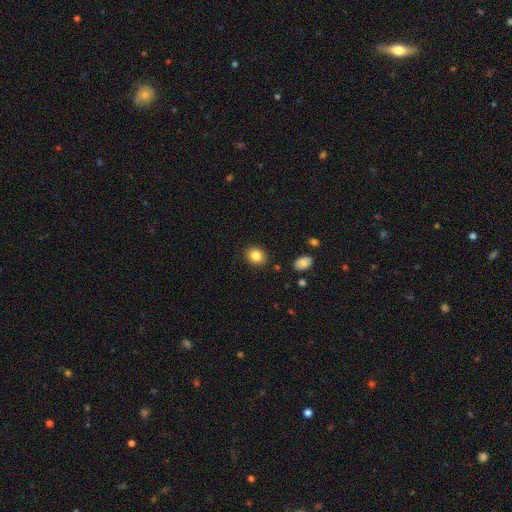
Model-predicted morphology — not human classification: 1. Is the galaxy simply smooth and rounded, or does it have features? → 85% smooth, 9% star or artifact, 6% featured or disk.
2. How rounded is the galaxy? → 70% round, 29% in between, 1% cigar-shaped.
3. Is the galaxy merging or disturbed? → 89% none, 7% minor disturbance, 2% major disturbance, 2% merger.